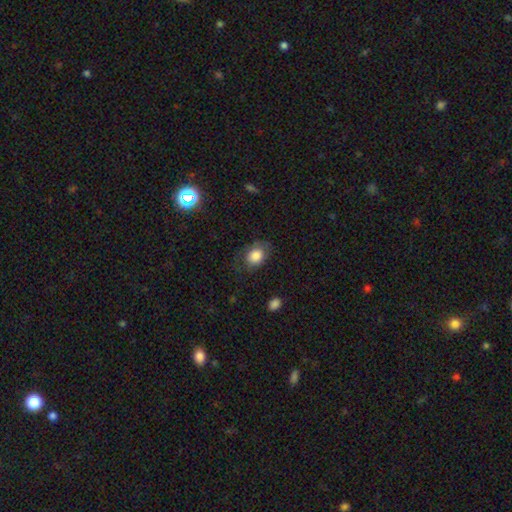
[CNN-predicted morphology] The model was most divided on "how rounded": in between: 61%, round: 38%, cigar-shaped: 1%. More confident: smooth or featured — smooth (81%); merging — none (64%).